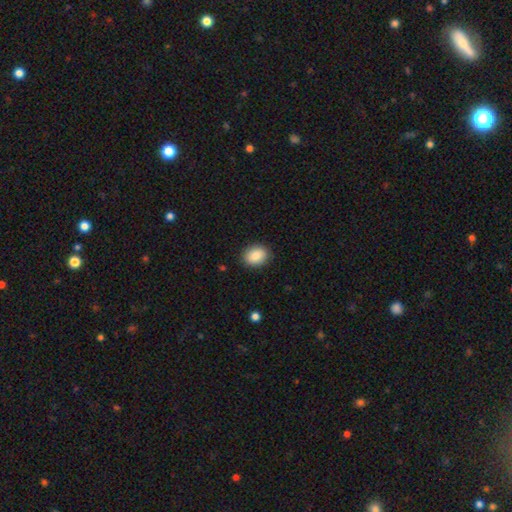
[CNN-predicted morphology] Smooth or featured?
  - smooth: 85% *
  - star or artifact: 8%
  - featured or disk: 7%
How rounded?
  - in between: 52% *
  - round: 47%
  - cigar-shaped: 1%
Merging?
  - none: 88% *
  - minor disturbance: 8%
  - major disturbance: 2%
  - merger: 1%